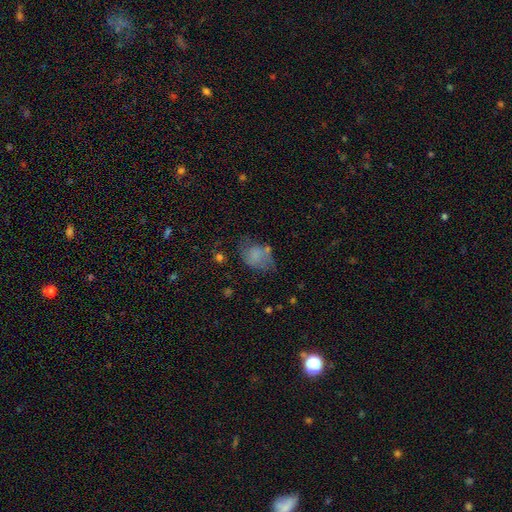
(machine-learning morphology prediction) Q: Smooth or featured?
A: smooth (64%); runner-up: featured or disk (25%)
Q: How rounded?
A: in between (73%); runner-up: round (26%)
Q: Merging?
A: none (45%); runner-up: minor disturbance (30%)